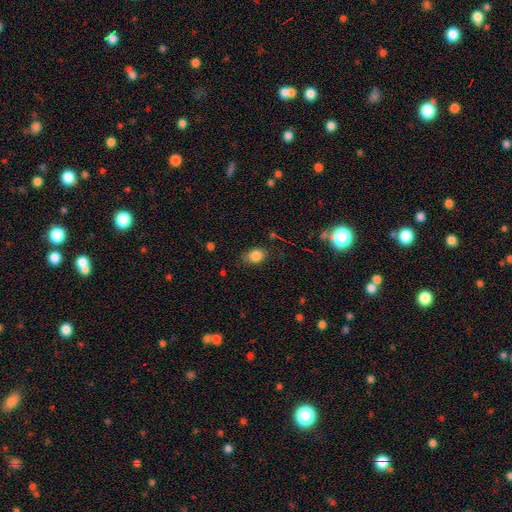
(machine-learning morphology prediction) Smooth or featured?
  - smooth: 84% *
  - star or artifact: 10%
  - featured or disk: 6%
How rounded?
  - in between: 67% *
  - round: 32%
  - cigar-shaped: 1%
Merging?
  - none: 77% *
  - minor disturbance: 17%
  - major disturbance: 4%
  - merger: 2%